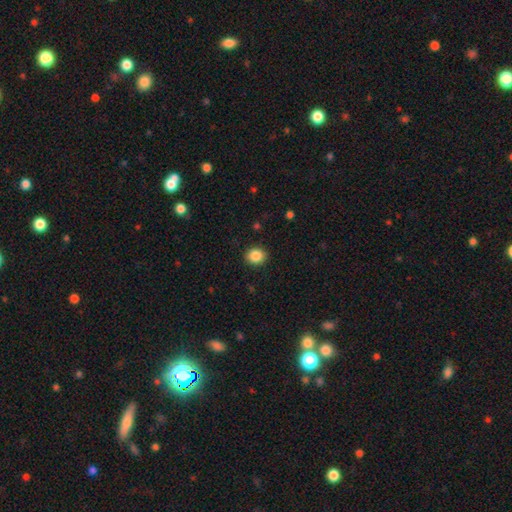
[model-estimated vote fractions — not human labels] Morphology: type=smooth (87%); roundness=round (74%); merging=none (90%).